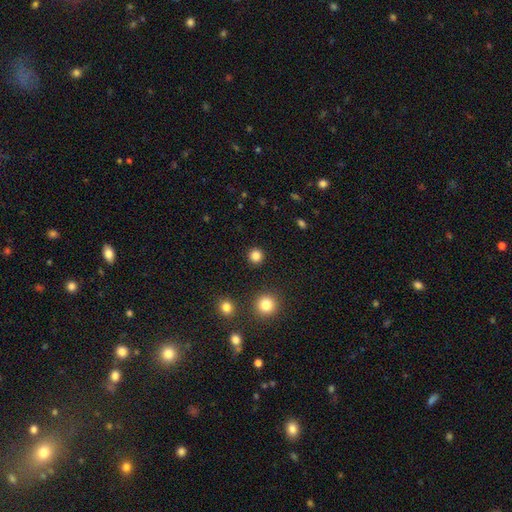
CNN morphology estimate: A smooth galaxy with no disk features (84%) that is round (94%).

Vote fractions:
- Smooth or featured? smooth: 84% / star or artifact: 13% / featured or disk: 3%
- How rounded? round: 94% / in between: 5% / cigar-shaped: 1%
- Merging? none: 92% / minor disturbance: 4% / major disturbance: 2% / merger: 2%